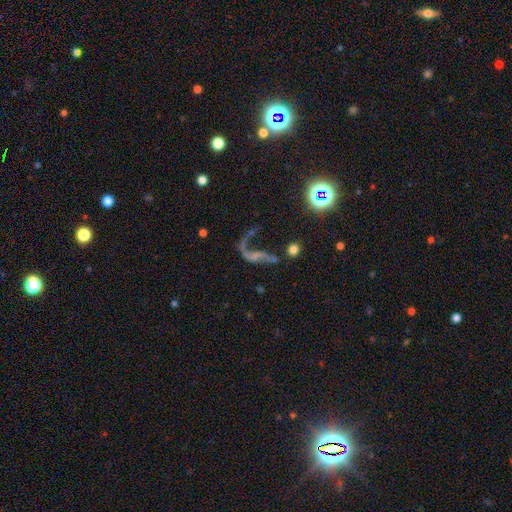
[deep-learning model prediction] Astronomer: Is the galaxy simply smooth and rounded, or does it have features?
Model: featured or disk — 66%.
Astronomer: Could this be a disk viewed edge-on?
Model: no — 93%.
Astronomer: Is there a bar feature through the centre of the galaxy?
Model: no — 57%.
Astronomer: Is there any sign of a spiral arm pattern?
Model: yes — 78%.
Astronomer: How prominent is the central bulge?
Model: none — 59%.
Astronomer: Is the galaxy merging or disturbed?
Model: major disturbance — 37%, tied with none at 37%.